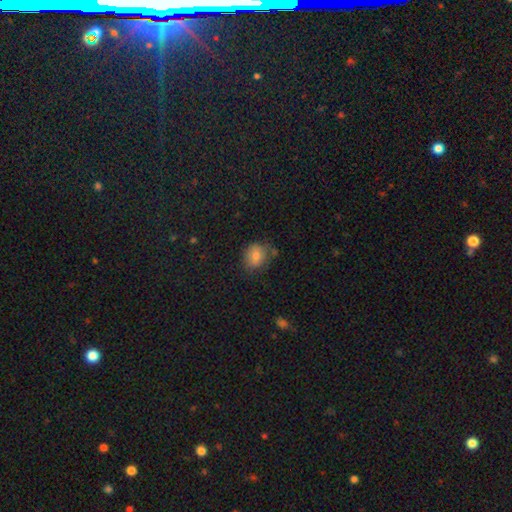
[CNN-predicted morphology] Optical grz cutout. It shows a smooth galaxy with no disk features (78%) that is round (62%). Merging: none (69%).